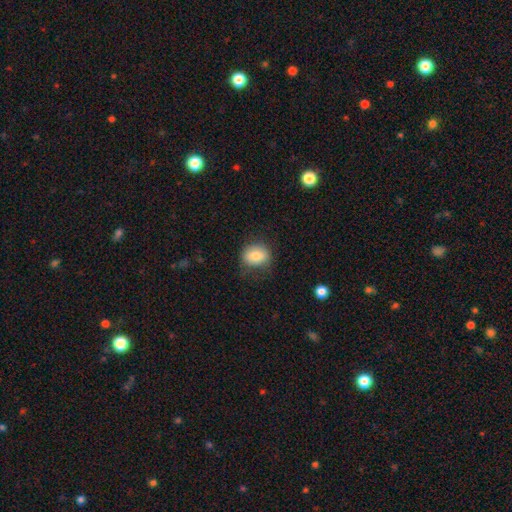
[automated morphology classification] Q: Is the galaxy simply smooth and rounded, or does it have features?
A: smooth — 81%.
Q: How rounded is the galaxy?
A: round — 50%.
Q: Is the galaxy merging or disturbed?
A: none — 75%.